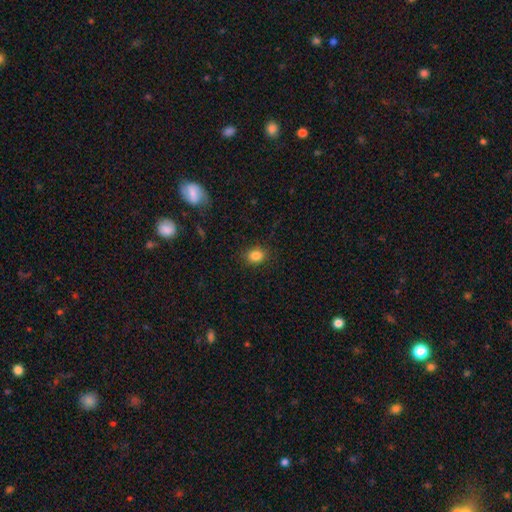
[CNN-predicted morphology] smooth-or-featured: smooth: 85% | star or artifact: 11% | featured or disk: 5%
  how-rounded: round: 53% | in between: 46% | cigar-shaped: 1%
  merging: none: 86% | minor disturbance: 10% | major disturbance: 3% | merger: 1%